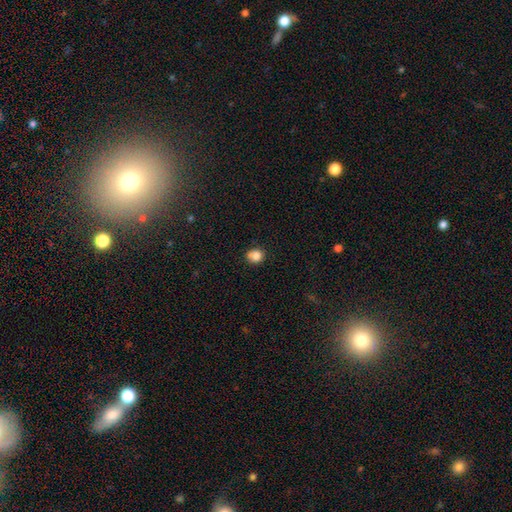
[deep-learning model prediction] Overall: smooth (83%). How rounded: round (79%). Merging: none (69%).